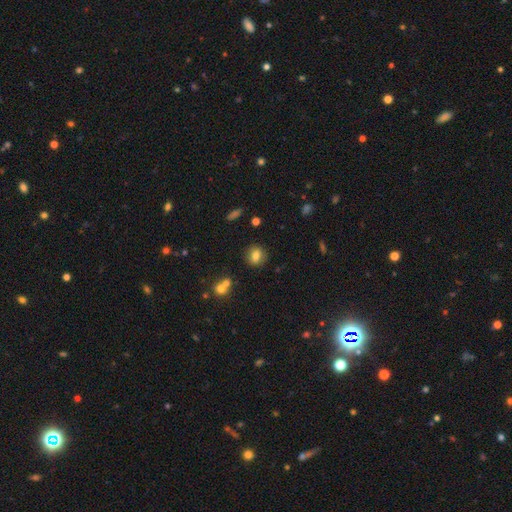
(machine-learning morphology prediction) Overall: smooth (78%). How rounded: round (70%). Merging: none (85%).